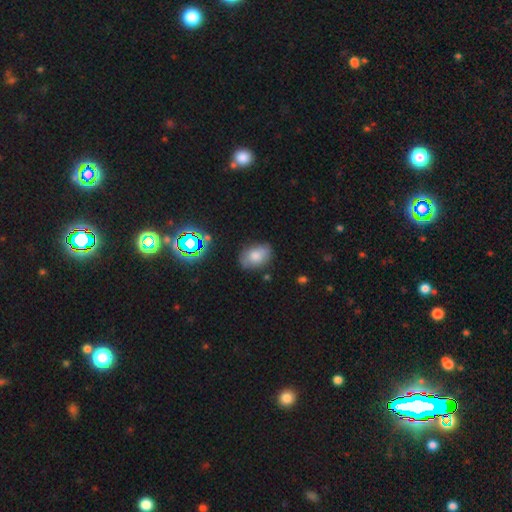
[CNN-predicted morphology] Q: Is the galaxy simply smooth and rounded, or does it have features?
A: smooth — 74%.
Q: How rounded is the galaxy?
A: in between — 85%.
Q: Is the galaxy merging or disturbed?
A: none — 74%.